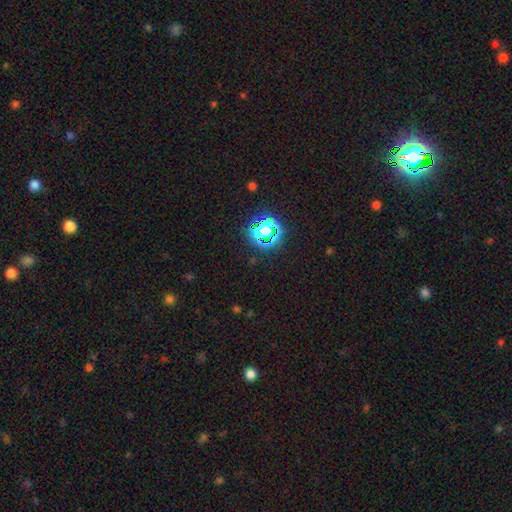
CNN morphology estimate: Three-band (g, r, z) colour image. It shows a star or artifact, not a galaxy (75%).